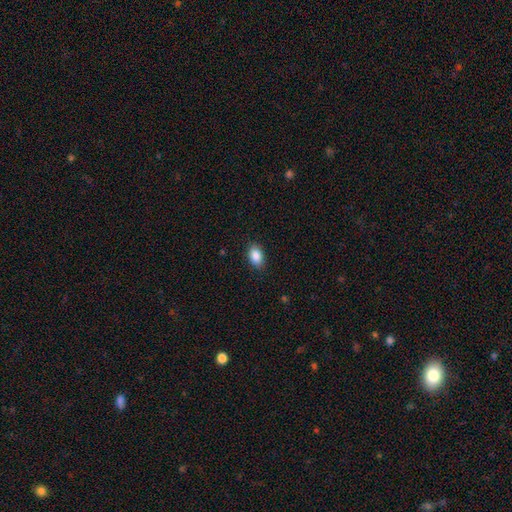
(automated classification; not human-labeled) smooth 88%, star or artifact 8%, featured or disk 4%. Down the decision tree: how rounded — in between (87%); merging — none (87%).